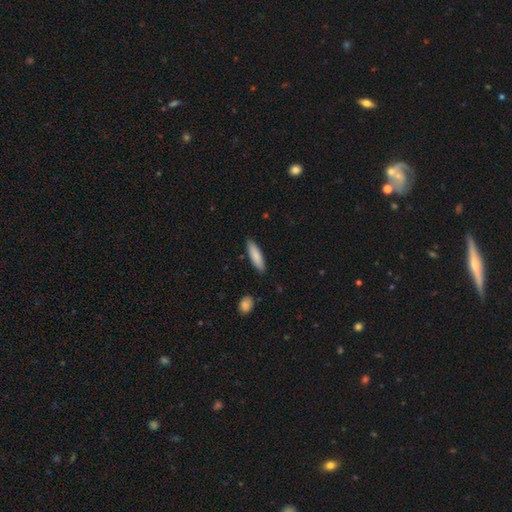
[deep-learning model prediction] A smooth galaxy with no disk features (85%) that is cigar-shaped (66%).

Vote fractions:
- Smooth or featured? smooth: 85% / featured or disk: 10% / star or artifact: 6%
- How rounded? cigar-shaped: 66% / in between: 32% / round: 1%
- Merging? none: 88% / minor disturbance: 9% / major disturbance: 2% / merger: 2%